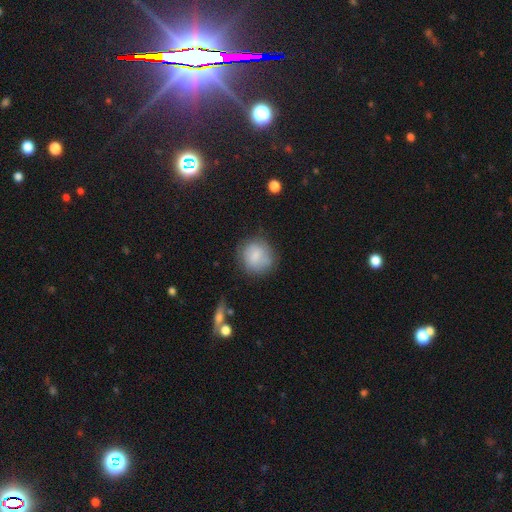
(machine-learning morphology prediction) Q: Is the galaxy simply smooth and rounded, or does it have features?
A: smooth — 77%.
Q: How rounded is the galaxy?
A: round — 85%.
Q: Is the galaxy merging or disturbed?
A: none — 70%.